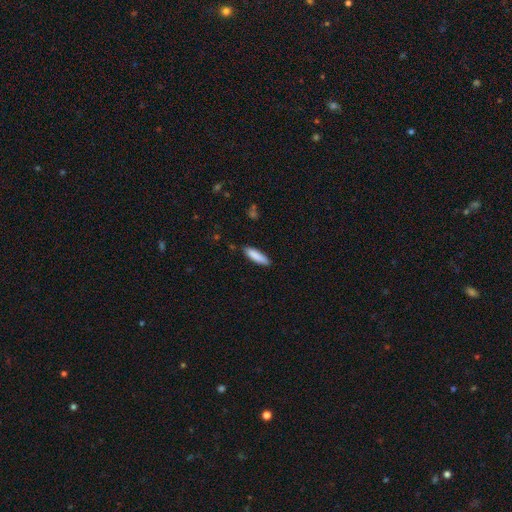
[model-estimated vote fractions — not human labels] smooth_or_featured: smooth (p=0.87) [alt: featured or disk p=0.07]
how_rounded: cigar-shaped (p=0.63) [alt: in between p=0.35]
merging: none (p=0.85) [alt: minor disturbance p=0.12]